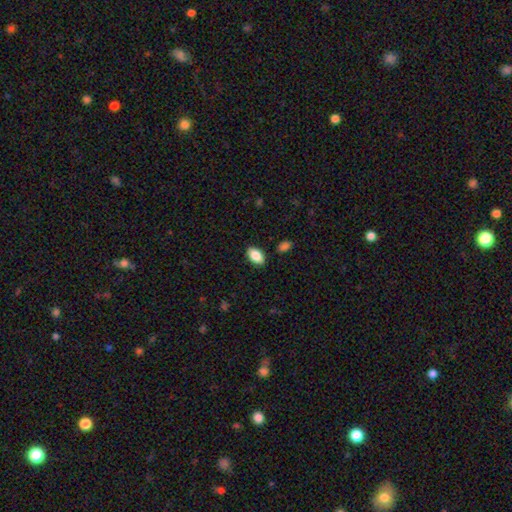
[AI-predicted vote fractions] smooth 86%, star or artifact 7%, featured or disk 7%. Down the decision tree: how rounded — in between (92%); merging — none (87%).